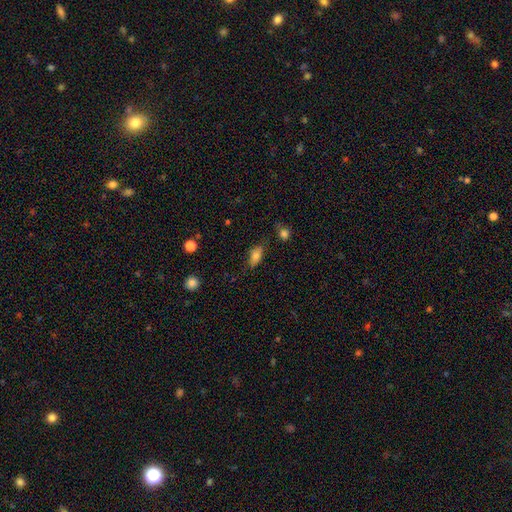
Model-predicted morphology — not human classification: smooth 76%, featured or disk 15%, star or artifact 9%. Down the decision tree: how rounded — in between (83%); merging — none (73%).